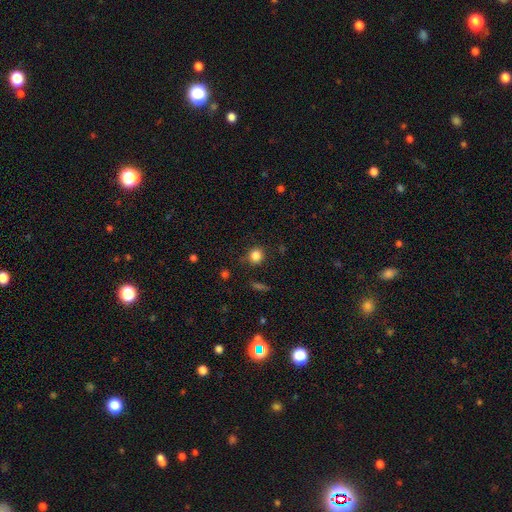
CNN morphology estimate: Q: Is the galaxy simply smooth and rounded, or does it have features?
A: smooth — 84%.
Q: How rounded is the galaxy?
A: round — 83%.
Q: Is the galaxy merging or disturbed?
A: none — 82%.